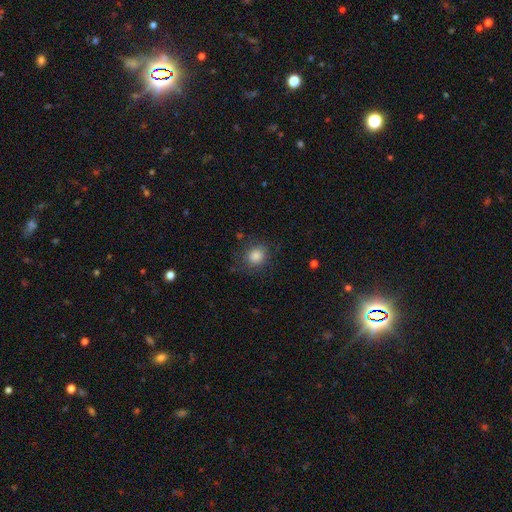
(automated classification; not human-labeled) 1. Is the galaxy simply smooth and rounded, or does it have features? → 83% smooth, 10% star or artifact, 7% featured or disk.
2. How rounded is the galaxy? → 75% round, 24% in between, 1% cigar-shaped.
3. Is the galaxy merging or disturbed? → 77% none, 16% minor disturbance, 6% major disturbance, 2% merger.